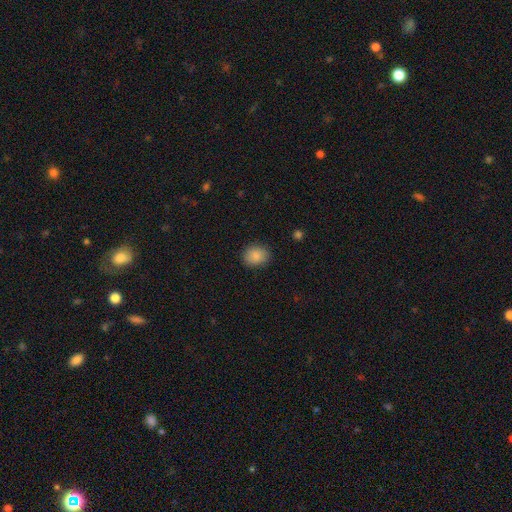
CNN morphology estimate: type=smooth (87%); roundness=round (62%); merging=none (85%).